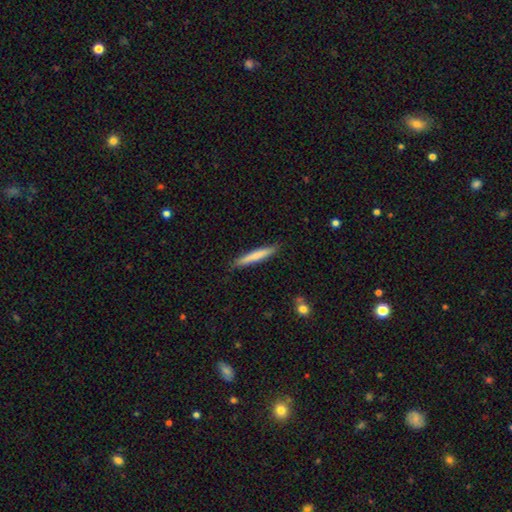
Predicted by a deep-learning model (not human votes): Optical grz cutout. It shows a smooth galaxy with no disk features (72%) that is cigar-shaped (95%). Merging: none (88%).